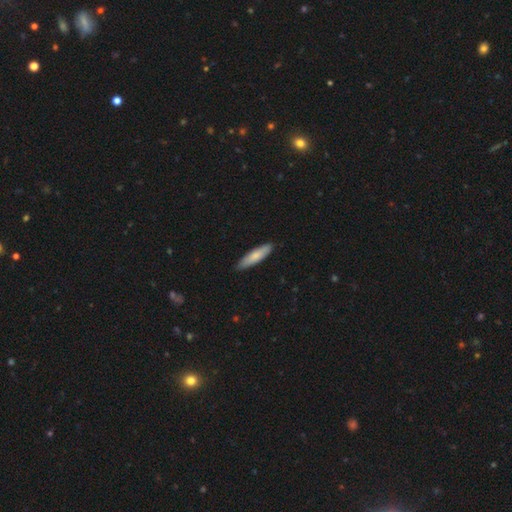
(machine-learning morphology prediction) A smooth galaxy with no disk features (78%) that is cigar-shaped (69%). Merging: none (87%).